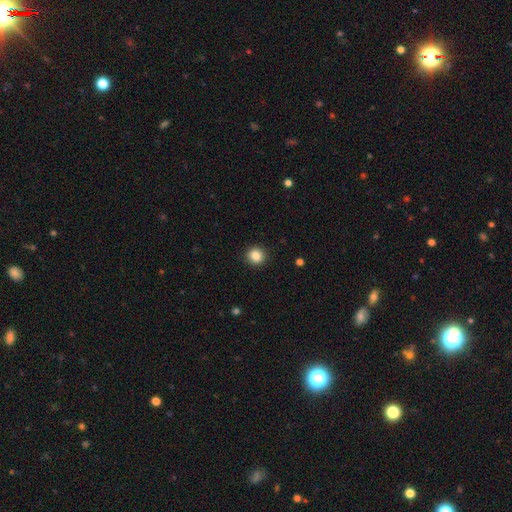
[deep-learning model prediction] smooth_or_featured: smooth (p=0.86) [alt: star or artifact p=0.10]
how_rounded: round (p=0.91) [alt: in between p=0.08]
merging: none (p=0.92) [alt: minor disturbance p=0.05]